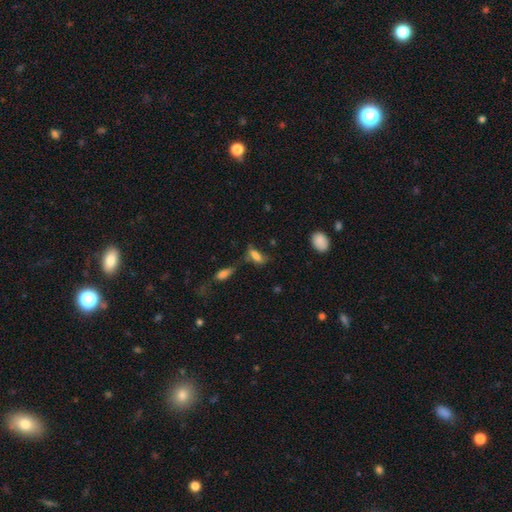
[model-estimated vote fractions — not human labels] Q: Smooth or featured?
A: smooth (75%); runner-up: featured or disk (14%)
Q: How rounded?
A: in between (72%); runner-up: cigar-shaped (24%)
Q: Merging?
A: none (43%); runner-up: minor disturbance (23%)